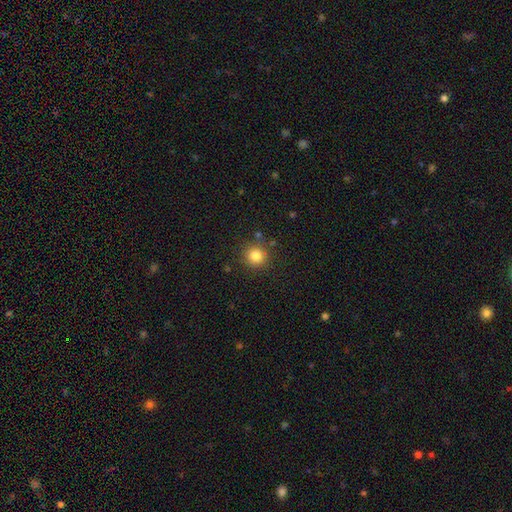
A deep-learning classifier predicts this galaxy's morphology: Smooth or featured? smooth (82%)
How rounded? round (92%)
Merging? none (86%)